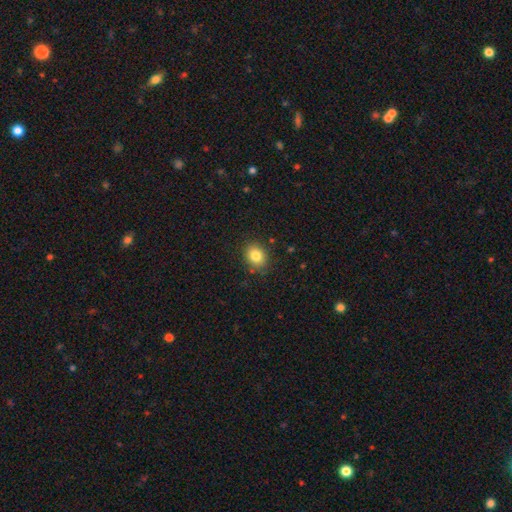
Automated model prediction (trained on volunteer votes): Smooth or featured? smooth (83%)
How rounded? round (57%)
Merging? none (87%)